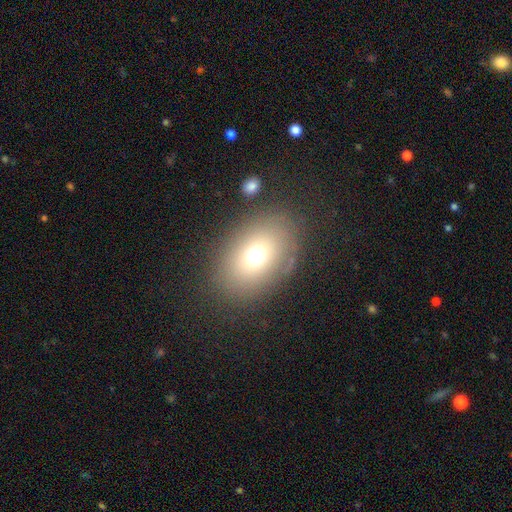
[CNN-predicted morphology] smooth_or_featured: smooth (p=0.70) [alt: featured or disk p=0.15]
how_rounded: in between (p=0.71) [alt: round p=0.28]
merging: none (p=0.80) [alt: minor disturbance p=0.11]